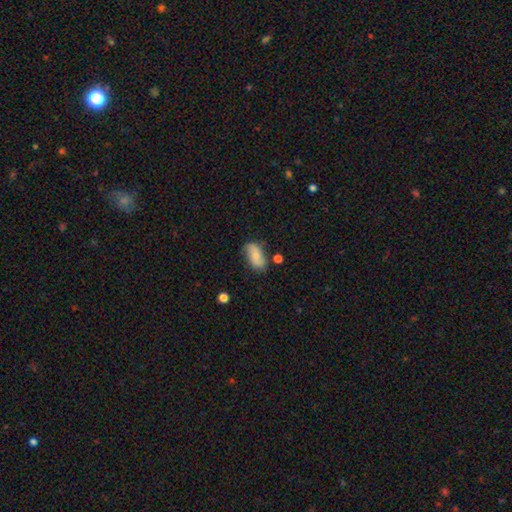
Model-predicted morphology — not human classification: A smooth galaxy with no disk features (57%) that is in between round and cigar-shaped (90%). Merging: none (65%).